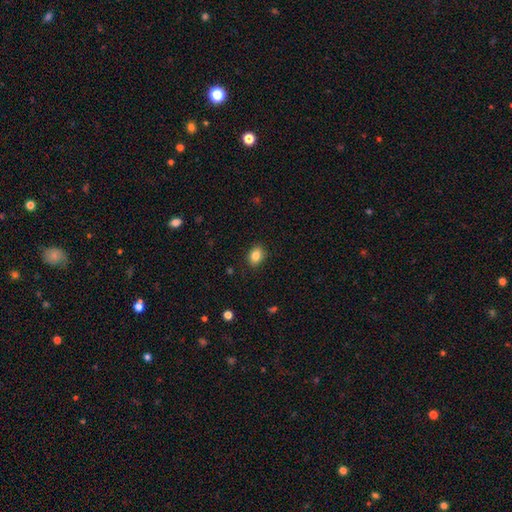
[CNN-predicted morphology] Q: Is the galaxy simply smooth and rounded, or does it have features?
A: smooth — 84%.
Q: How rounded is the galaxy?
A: in between — 66%.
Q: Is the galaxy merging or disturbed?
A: none — 88%.